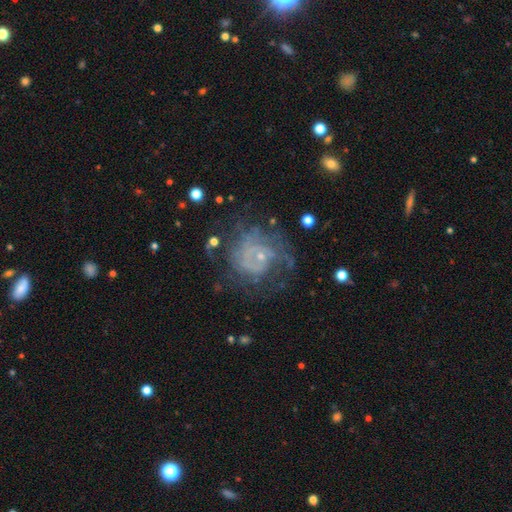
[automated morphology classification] Smooth or featured?
  - featured or disk: 72% *
  - smooth: 17%
  - star or artifact: 11%
Edge-on disk?
  - no: 98% *
  - yes: 2%
Bar?
  - no: 73% *
  - weak: 23%
  - strong: 4%
Spiral arms?
  - yes: 75% *
  - no: 25%
Spiral winding?
  - tight: 55% *
  - medium: 30%
  - loose: 15%
Spiral arm count?
  - can't tell: 50% *
  - 2: 21%
  - 1: 10%
  - 3: 10%
  - 4: 5%
  - more than 4: 4%
Bulge size?
  - small: 74% *
  - moderate: 17%
  - none: 7%
  - large: 2%
  - dominant: 1%
Merging?
  - none: 56% *
  - major disturbance: 22%
  - minor disturbance: 19%
  - merger: 3%